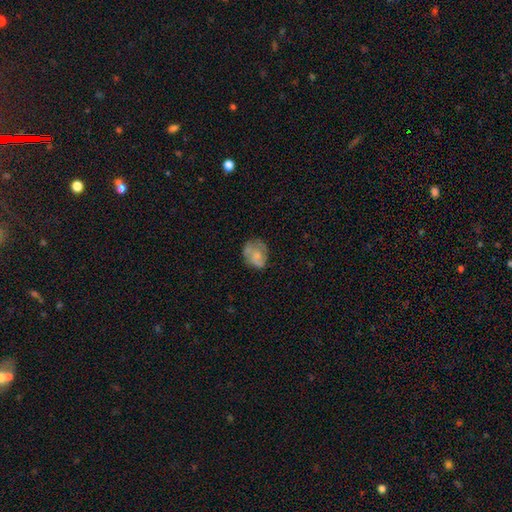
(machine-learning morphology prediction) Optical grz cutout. It shows a smooth galaxy with no disk features (54%) that is round (57%). Merging: none (57%).